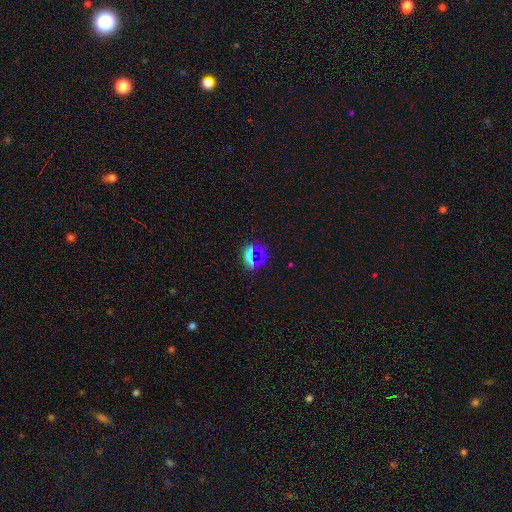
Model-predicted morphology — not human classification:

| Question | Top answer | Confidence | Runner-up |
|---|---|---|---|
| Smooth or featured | star or artifact | 56% | smooth (33%) |